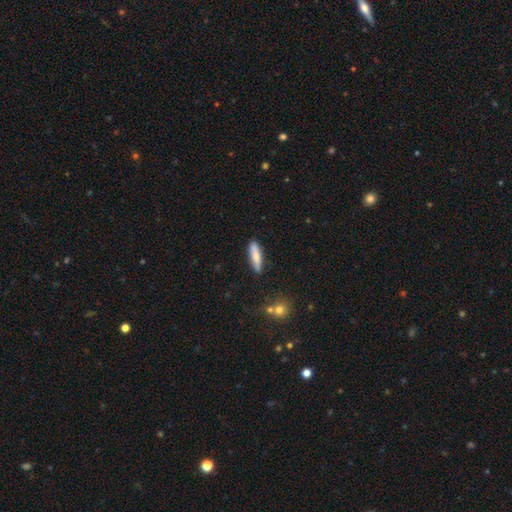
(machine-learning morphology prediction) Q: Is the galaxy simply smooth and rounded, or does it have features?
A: smooth — 73%.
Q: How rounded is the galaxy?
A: cigar-shaped — 72%.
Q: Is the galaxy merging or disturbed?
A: none — 85%.